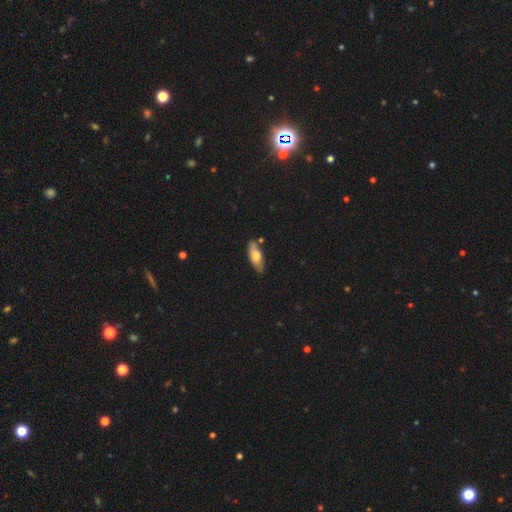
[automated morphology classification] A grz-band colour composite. It shows a smooth galaxy with no disk features (64%) that is in between round and cigar-shaped (68%). Merging: none (76%).